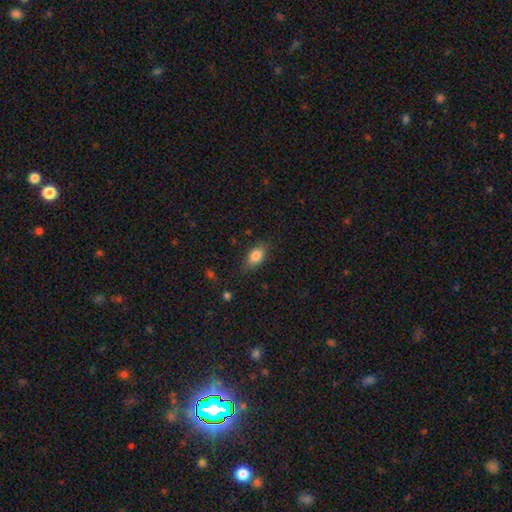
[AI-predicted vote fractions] Smooth or featured? smooth (81%)
How rounded? in between (84%)
Merging? none (78%)